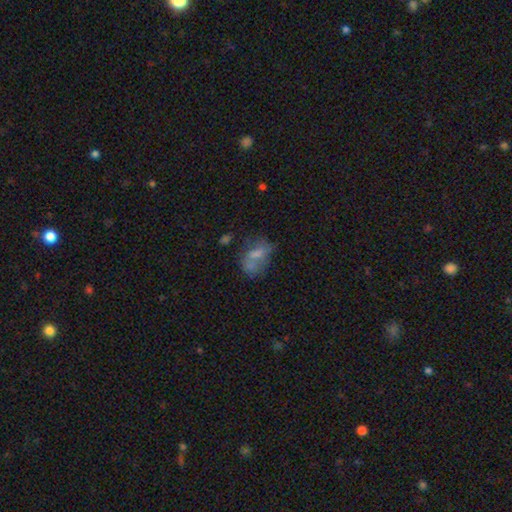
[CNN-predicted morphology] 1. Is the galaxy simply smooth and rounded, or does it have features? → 56% smooth, 31% featured or disk, 13% star or artifact.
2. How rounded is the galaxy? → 78% in between, 19% round, 3% cigar-shaped.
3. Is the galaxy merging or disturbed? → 34% none, 26% merger, 20% minor disturbance, 19% major disturbance.